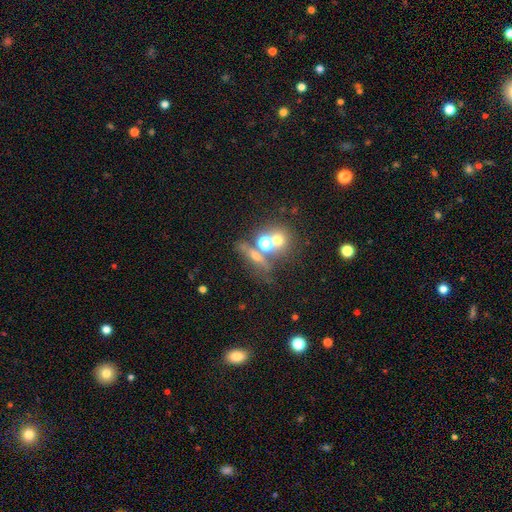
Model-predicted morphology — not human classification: Smooth or featured? smooth (40%)
Merging? none (51%)